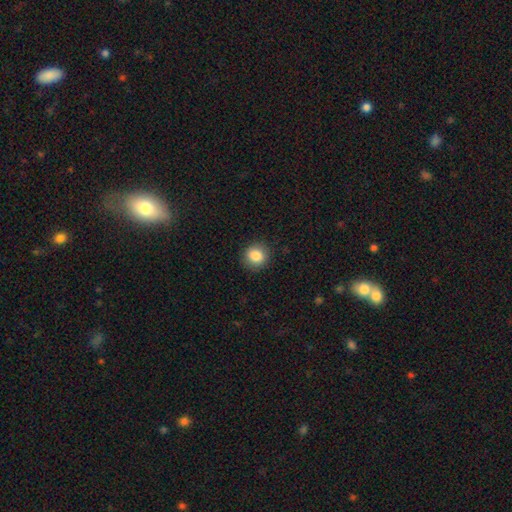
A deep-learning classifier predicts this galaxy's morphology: The model was most divided on "smooth or featured": smooth: 86%, star or artifact: 9%, featured or disk: 5%. More confident: merging — none (89%); how rounded — round (88%).